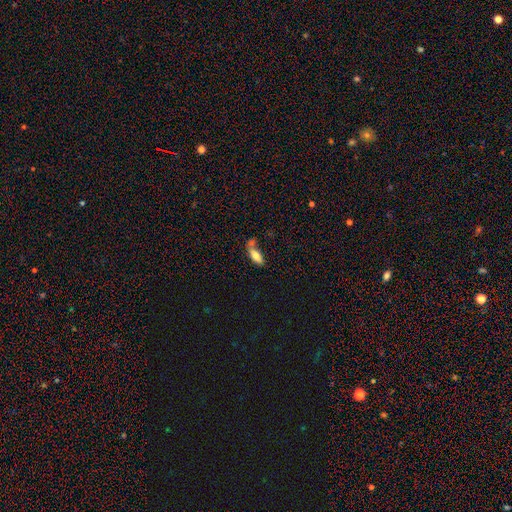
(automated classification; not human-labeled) This appears to be a smooth galaxy with no disk features (77%) that is in between round and cigar-shaped (75%). Merging: none (42%).